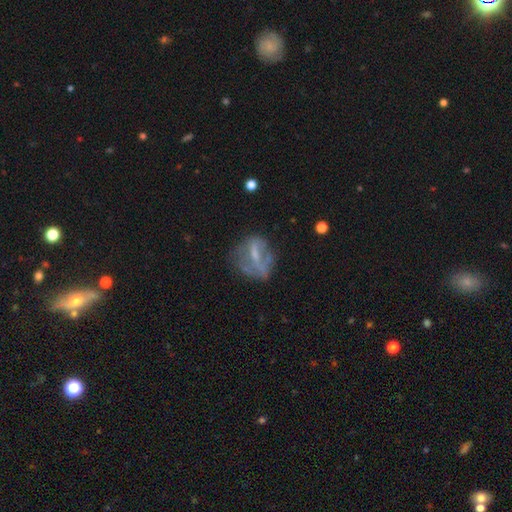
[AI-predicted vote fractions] featured or disk 53%, smooth 35%, star or artifact 13%. Down the decision tree: edge-on disk — no (92%); merging — none (46%).